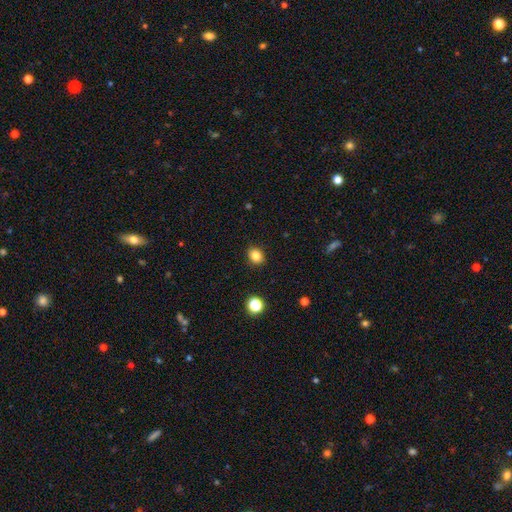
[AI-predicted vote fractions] The model was most divided on "how rounded": round: 56%, in between: 44%, cigar-shaped: 1%. More confident: merging — none (90%); smooth or featured — smooth (85%).